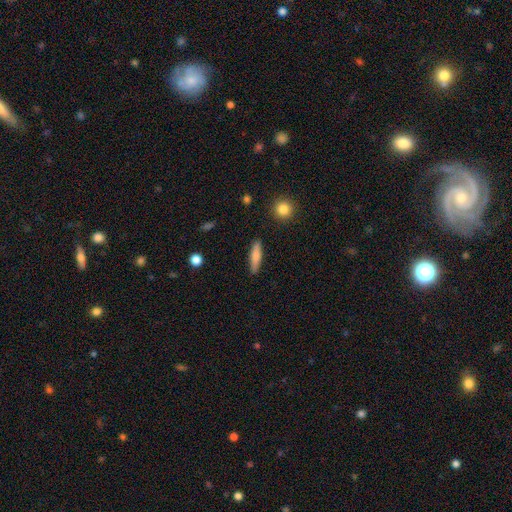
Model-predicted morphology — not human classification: A smooth galaxy with no disk features (73%) that is cigar-shaped (75%).

Vote fractions:
- Smooth or featured? smooth: 73% / featured or disk: 21% / star or artifact: 6%
- How rounded? cigar-shaped: 75% / in between: 23% / round: 2%
- Merging? none: 88% / minor disturbance: 8% / major disturbance: 2% / merger: 2%